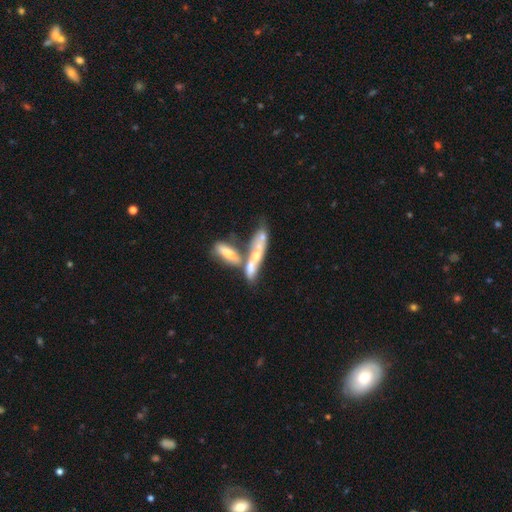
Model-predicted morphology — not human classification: A featured or disk galaxy (54%). Merging: merger (60%).